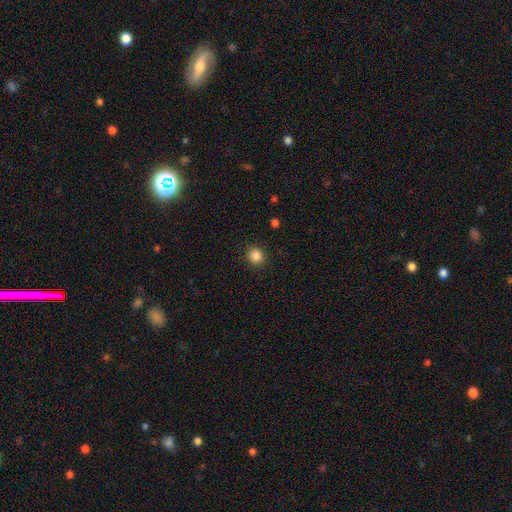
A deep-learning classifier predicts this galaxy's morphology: smooth_or_featured: smooth (p=0.86) [alt: star or artifact p=0.11]
how_rounded: round (p=0.86) [alt: in between p=0.13]
merging: none (p=0.91) [alt: minor disturbance p=0.06]